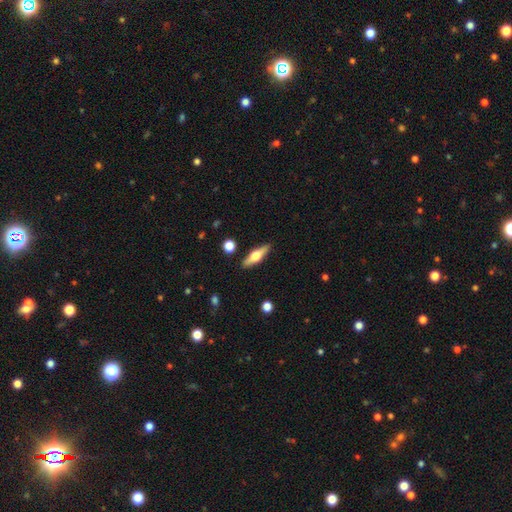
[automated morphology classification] smooth-or-featured: featured or disk: 54% | smooth: 40% | star or artifact: 6%
  disk-edge-on: yes: 93% | no: 7%
  merging: none: 88% | minor disturbance: 8% | major disturbance: 2% | merger: 2%